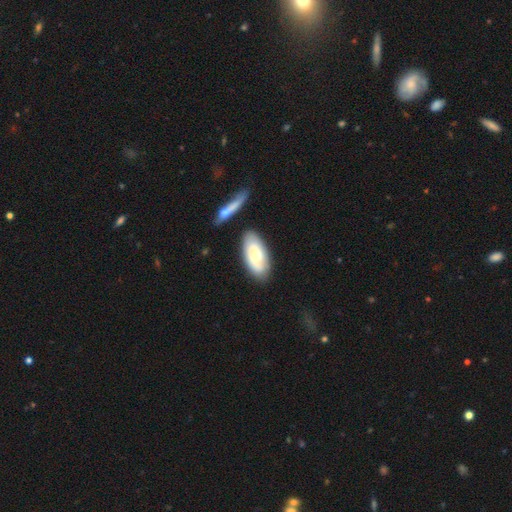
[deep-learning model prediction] Smooth or featured? Predicted: smooth (p=0.55). How rounded? Predicted: in between (p=0.90). Merging? Predicted: none (p=0.77).